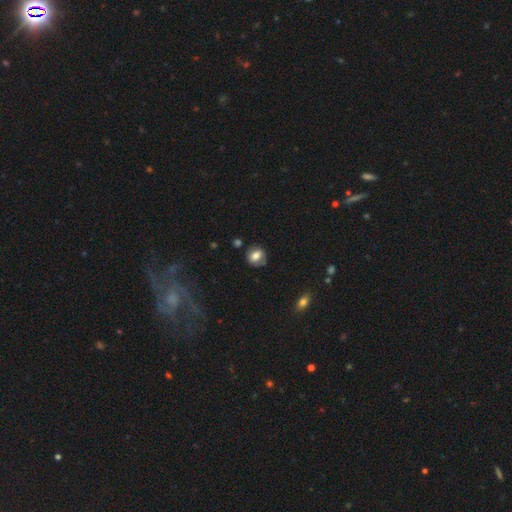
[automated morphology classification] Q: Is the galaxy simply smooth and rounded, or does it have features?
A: smooth — 73%.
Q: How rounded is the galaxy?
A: round — 60%.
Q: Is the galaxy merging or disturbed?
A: none — 73%.